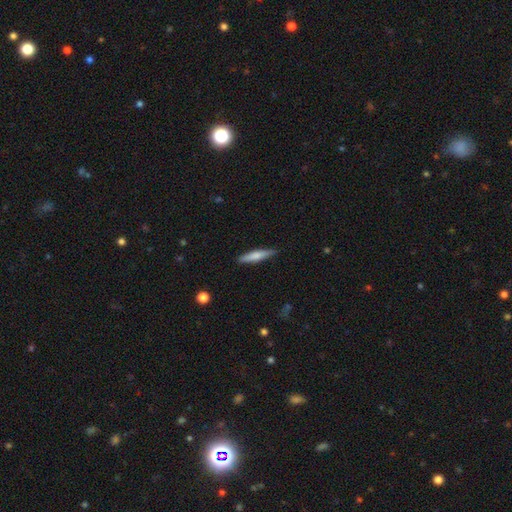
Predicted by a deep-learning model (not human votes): smooth_or_featured: smooth (p=0.64) [alt: featured or disk p=0.30]
how_rounded: cigar-shaped (p=0.88) [alt: in between p=0.11]
merging: none (p=0.88) [alt: minor disturbance p=0.09]